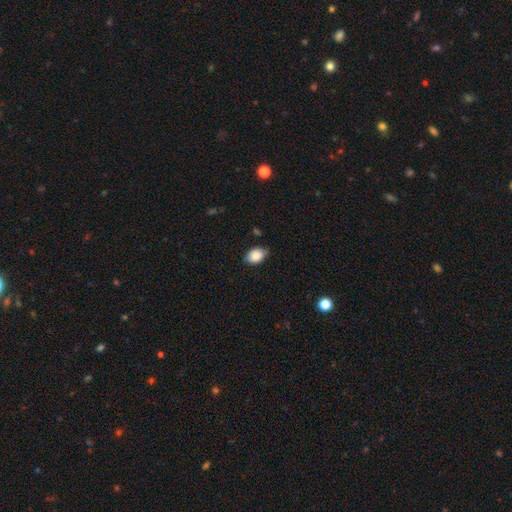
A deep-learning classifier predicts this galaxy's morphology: smooth-or-featured: smooth: 85% | star or artifact: 8% | featured or disk: 7%
  how-rounded: in between: 74% | round: 25% | cigar-shaped: 1%
  merging: none: 72% | minor disturbance: 23% | major disturbance: 3% | merger: 2%